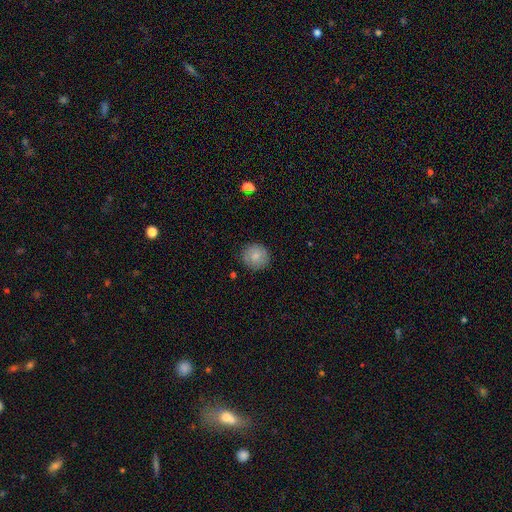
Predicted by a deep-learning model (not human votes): smooth-or-featured: smooth: 80% | featured or disk: 12% | star or artifact: 8%
  how-rounded: round: 91% | in between: 8% | cigar-shaped: 1%
  merging: none: 87% | minor disturbance: 9% | major disturbance: 2% | merger: 1%